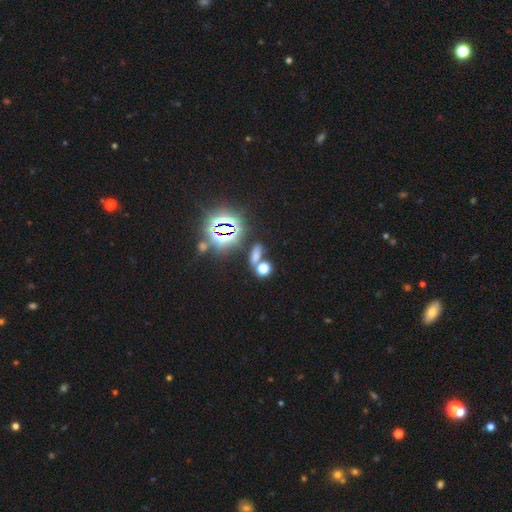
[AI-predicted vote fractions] Q: Smooth or featured?
A: smooth (51%); runner-up: star or artifact (41%)
Q: How rounded?
A: in between (61%); runner-up: round (26%)
Q: Merging?
A: none (63%); runner-up: merger (20%)